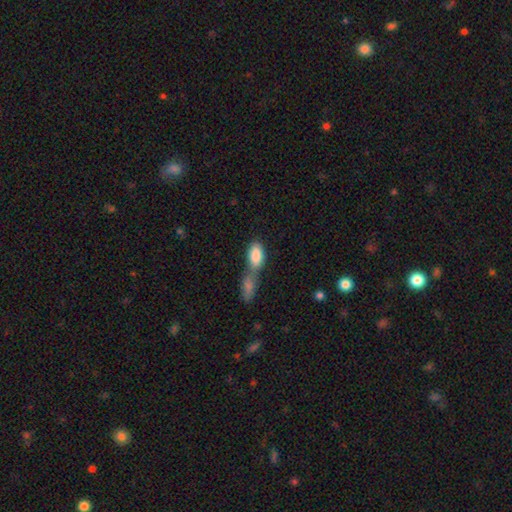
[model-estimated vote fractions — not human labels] Smooth or featured?
  - smooth: 85% *
  - featured or disk: 9%
  - star or artifact: 6%
How rounded?
  - in between: 90% *
  - cigar-shaped: 6%
  - round: 4%
Merging?
  - merger: 67% *
  - none: 21%
  - minor disturbance: 7%
  - major disturbance: 4%